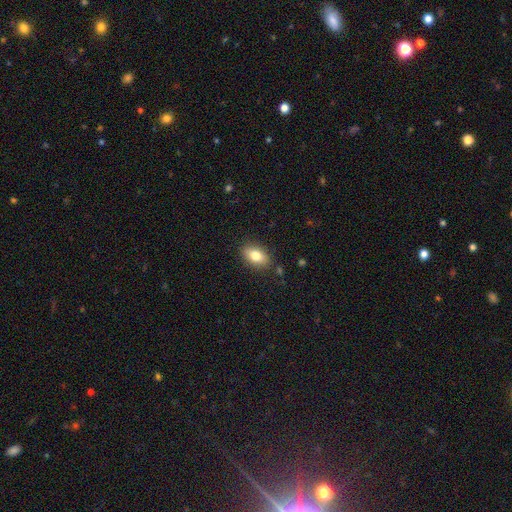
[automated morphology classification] This appears to be a smooth galaxy with no disk features (80%) that is in between round and cigar-shaped (88%). Merging: none (86%).